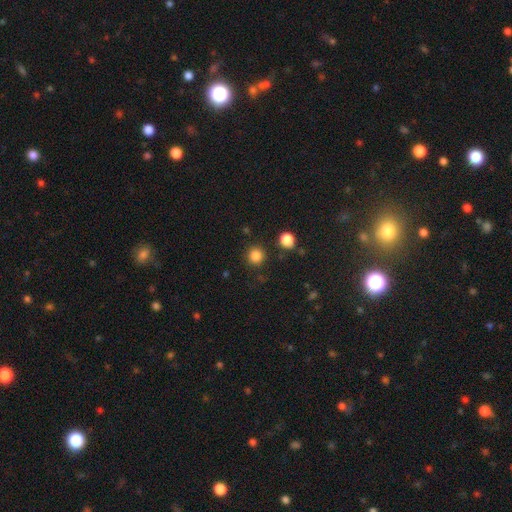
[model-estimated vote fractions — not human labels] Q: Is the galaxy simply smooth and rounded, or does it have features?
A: smooth — 84%.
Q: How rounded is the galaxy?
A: round — 93%.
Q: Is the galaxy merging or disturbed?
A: none — 89%.